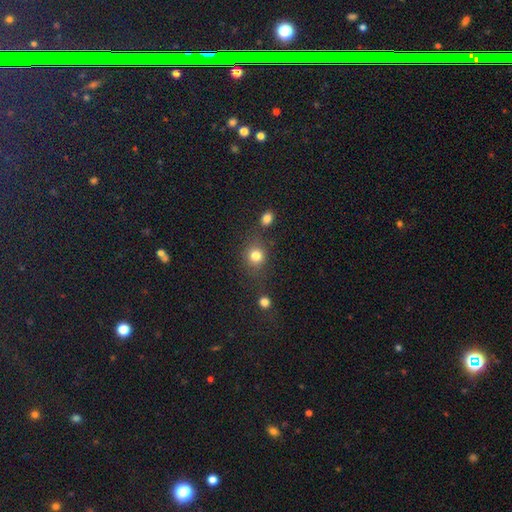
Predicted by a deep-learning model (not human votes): Smooth or featured: smooth — 80% (star or artifact — 14%)
How rounded: round — 81% (in between — 18%)
Merging: none — 72% (minor disturbance — 13%)